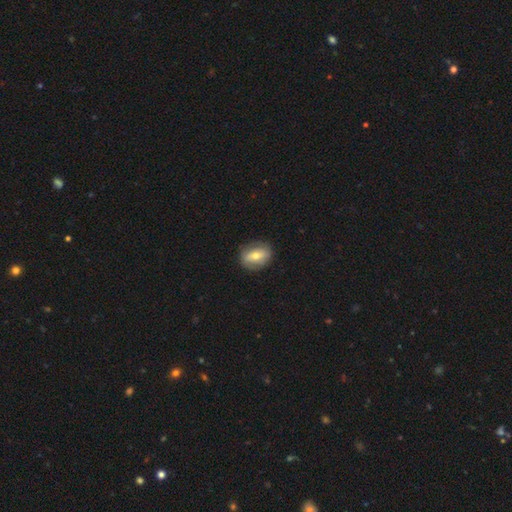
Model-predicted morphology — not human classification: Smooth or featured?
  - smooth: 51% *
  - featured or disk: 42%
  - star or artifact: 7%
How rounded?
  - in between: 62% *
  - round: 36%
  - cigar-shaped: 2%
Merging?
  - none: 82% *
  - minor disturbance: 13%
  - major disturbance: 4%
  - merger: 1%